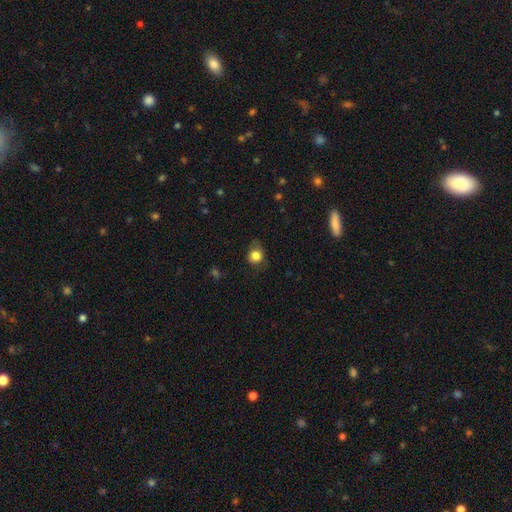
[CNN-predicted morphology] type=smooth (83%); roundness=round (80%); merging=none (67%).